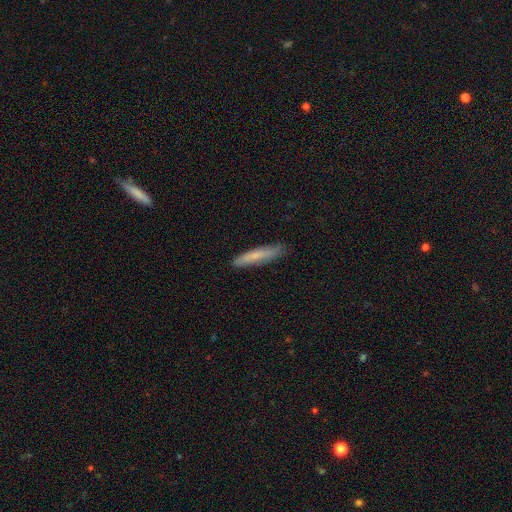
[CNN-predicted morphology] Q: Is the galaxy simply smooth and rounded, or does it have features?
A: smooth — 69%.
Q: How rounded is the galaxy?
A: cigar-shaped — 90%.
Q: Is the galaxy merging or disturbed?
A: none — 85%.